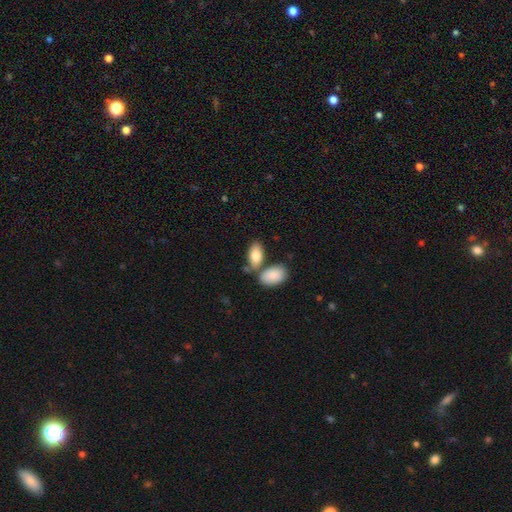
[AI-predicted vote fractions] This appears to be a smooth galaxy with no disk features (83%) that is in between round and cigar-shaped (93%). Merging: none (55%).